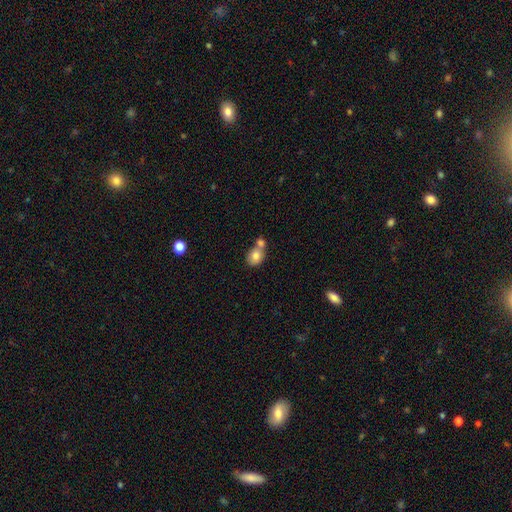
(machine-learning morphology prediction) Smooth or featured? smooth (79%)
How rounded? round (53%)
Merging? merger (54%)